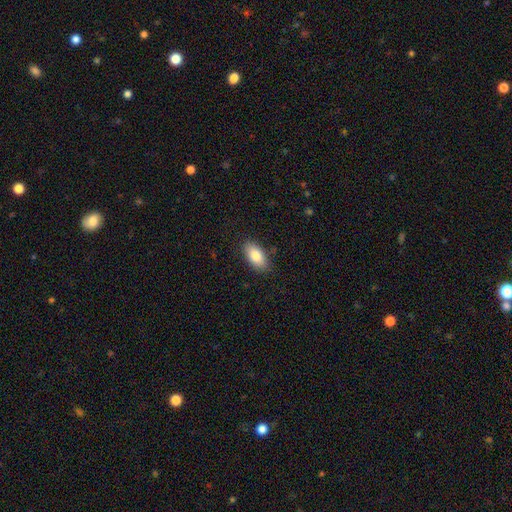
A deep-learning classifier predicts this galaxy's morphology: A smooth galaxy with no disk features (84%) that is in between round and cigar-shaped (93%).

Vote fractions:
- Smooth or featured? smooth: 84% / featured or disk: 10% / star or artifact: 7%
- How rounded? in between: 93% / cigar-shaped: 4% / round: 3%
- Merging? none: 86% / minor disturbance: 11% / major disturbance: 2% / merger: 1%